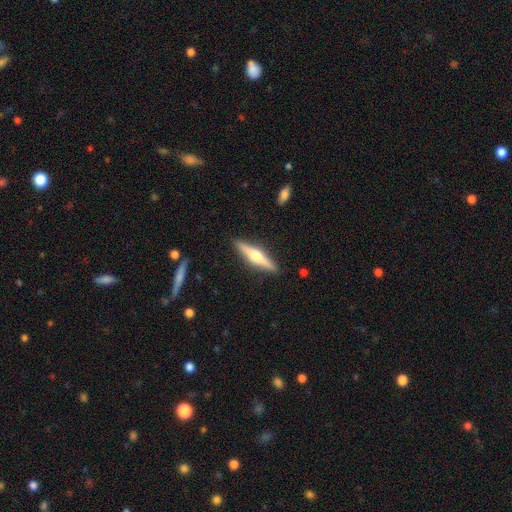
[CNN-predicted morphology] A featured or disk galaxy (65%) viewed edge-on (97%) with a rounded central bulge (91%).

Vote fractions:
- Smooth or featured? featured or disk: 65% / smooth: 30% / star or artifact: 5%
- Edge-on disk? yes: 97% / no: 3%
- Edge-on bulge? rounded: 91% / boxy: 5% / none: 3%
- Merging? none: 90% / minor disturbance: 7% / major disturbance: 2% / merger: 1%